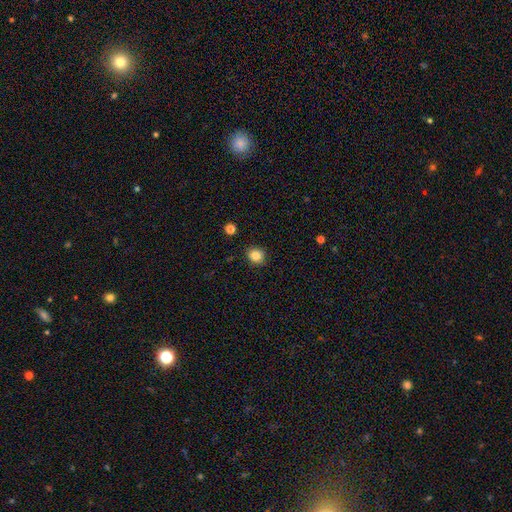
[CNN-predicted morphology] type=smooth (83%); roundness=round (73%); merging=none (89%).